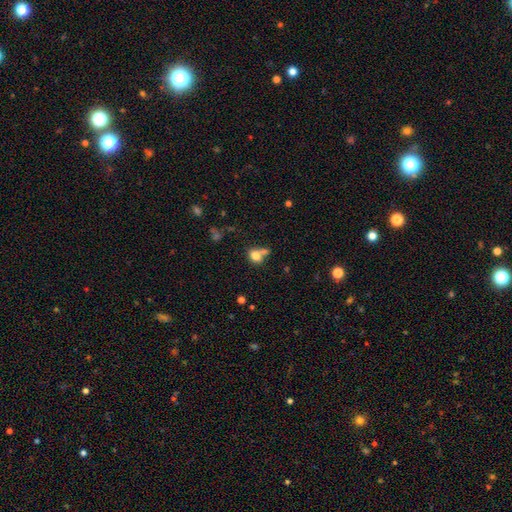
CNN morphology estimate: A smooth galaxy with no disk features (78%) that is in between round and cigar-shaped (51%). Merging: none (41%).